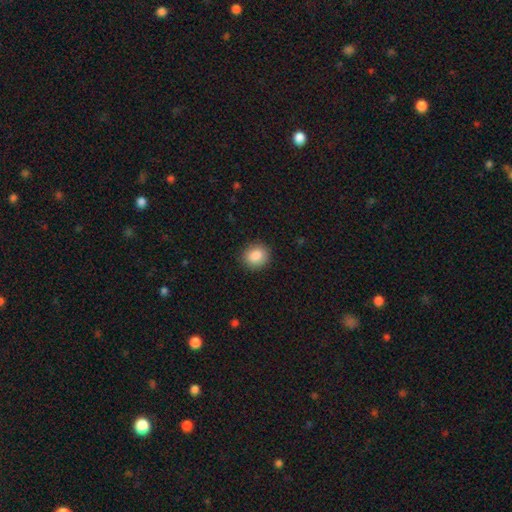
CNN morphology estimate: This appears to be a smooth galaxy with no disk features (89%) that is round (73%). Merging: none (89%).